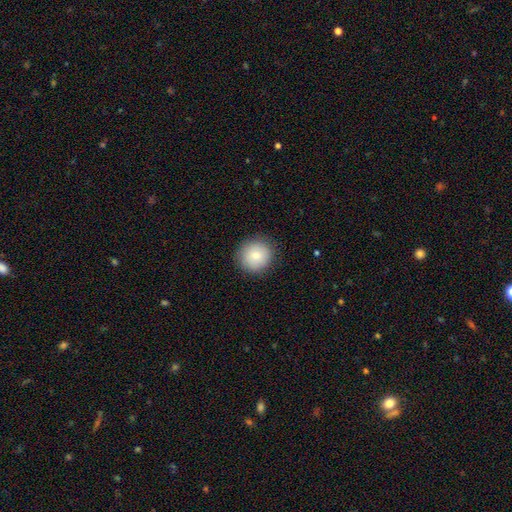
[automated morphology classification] Smooth or featured? smooth (84%)
How rounded? round (93%)
Merging? none (89%)